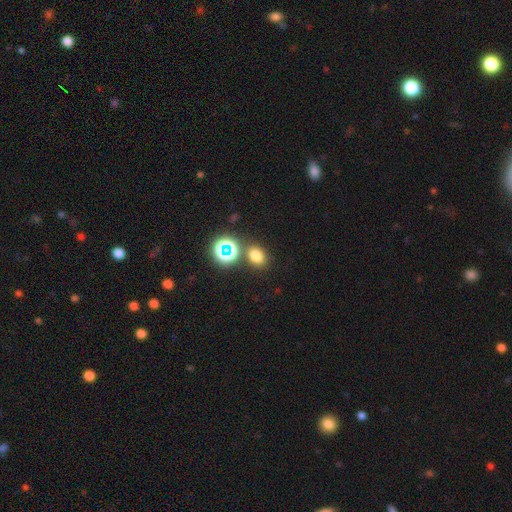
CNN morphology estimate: This is likely a smooth galaxy (70%). How rounded: possibly in between (50%). Merging: likely none (77%).